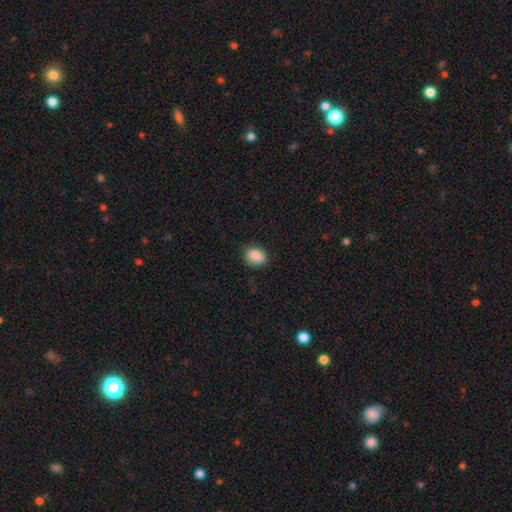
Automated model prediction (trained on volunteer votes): smooth-or-featured: smooth: 87% | star or artifact: 8% | featured or disk: 5%
  how-rounded: in between: 55% | round: 44% | cigar-shaped: 1%
  merging: none: 79% | minor disturbance: 17% | major disturbance: 3% | merger: 1%